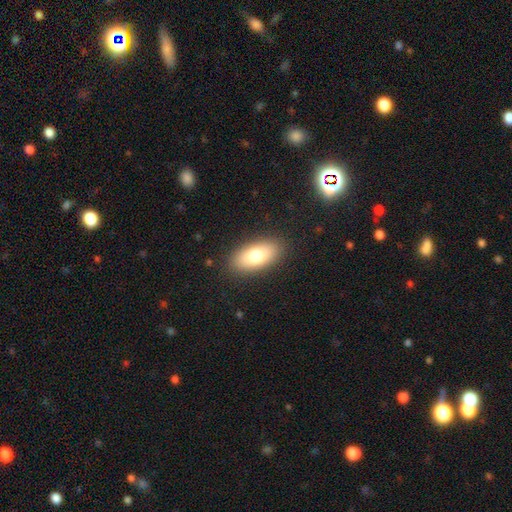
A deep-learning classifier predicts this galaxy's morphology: The model was most divided on "smooth or featured": smooth: 77%, featured or disk: 16%, star or artifact: 8%. More confident: how rounded — in between (90%); merging — none (88%).